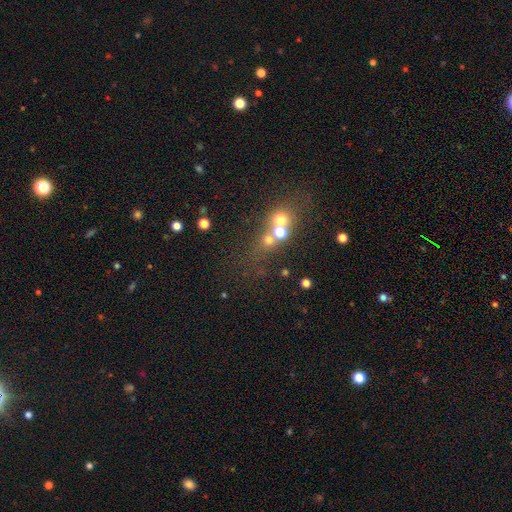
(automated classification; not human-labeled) This appears to be a smooth galaxy with no disk features (45%). Merging: merger (49%).